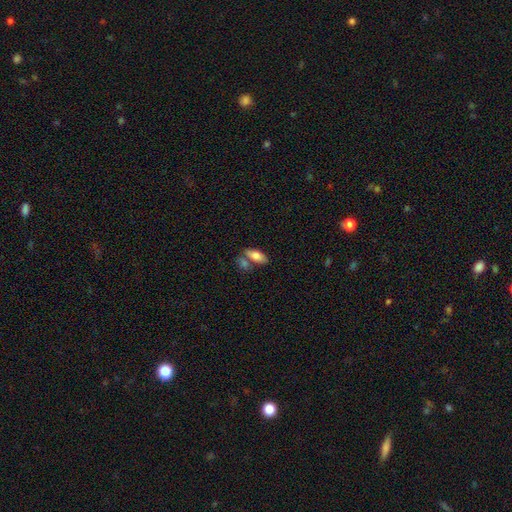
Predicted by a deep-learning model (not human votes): Smooth or featured? Predicted: smooth (p=0.79). How rounded? Predicted: in between (p=0.85). Merging? Predicted: none (p=0.52).